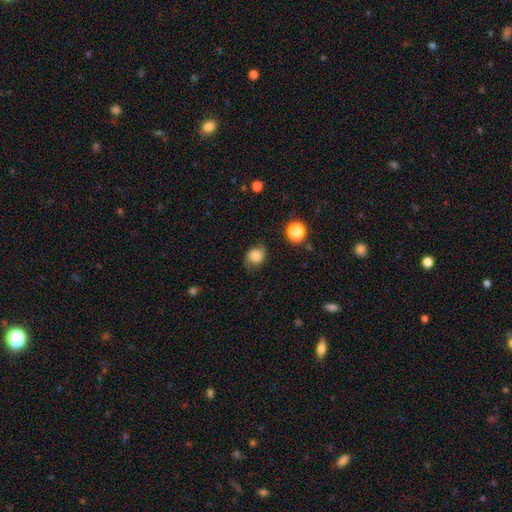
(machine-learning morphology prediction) A smooth galaxy with no disk features (76%) that is round (66%). Merging: none (68%).